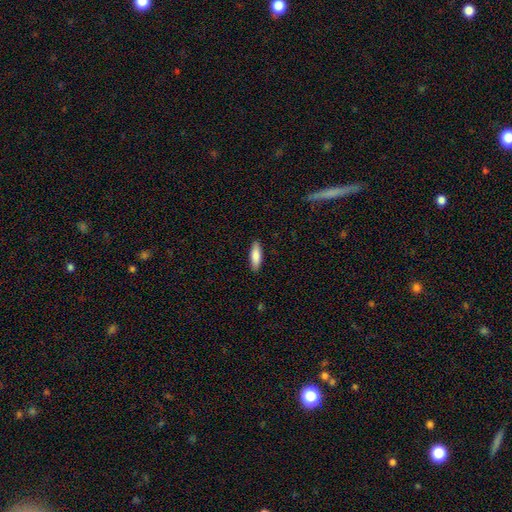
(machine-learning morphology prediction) type=smooth (84%); roundness=cigar-shaped (51%); merging=none (89%).